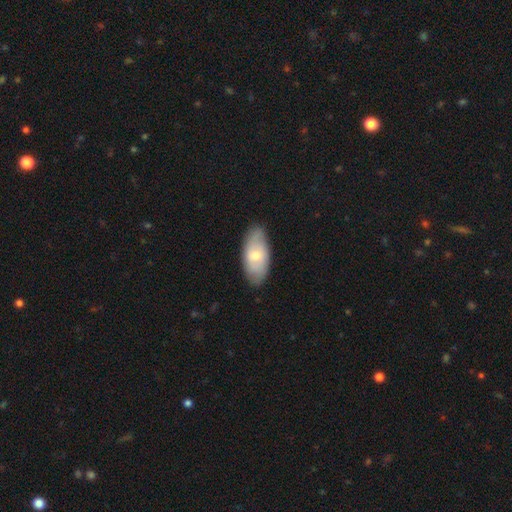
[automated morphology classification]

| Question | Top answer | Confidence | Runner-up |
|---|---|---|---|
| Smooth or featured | smooth | 63% | featured or disk (32%) |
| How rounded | in between | 90% | cigar-shaped (8%) |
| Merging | none | 81% | minor disturbance (15%) |